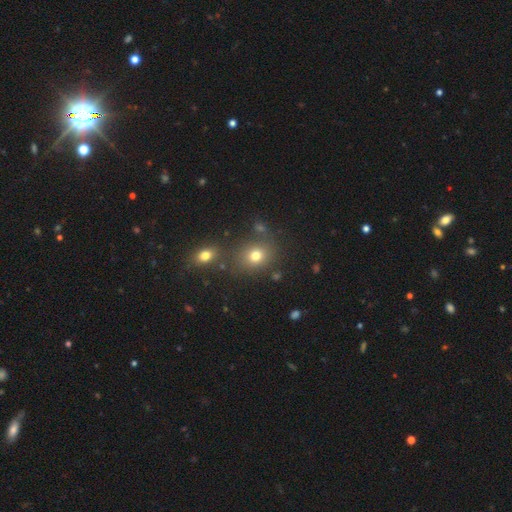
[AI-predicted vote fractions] Smooth or featured?
  - smooth: 75% *
  - star or artifact: 16%
  - featured or disk: 9%
How rounded?
  - round: 63% *
  - in between: 35%
  - cigar-shaped: 1%
Merging?
  - none: 73% *
  - merger: 12%
  - minor disturbance: 11%
  - major disturbance: 5%